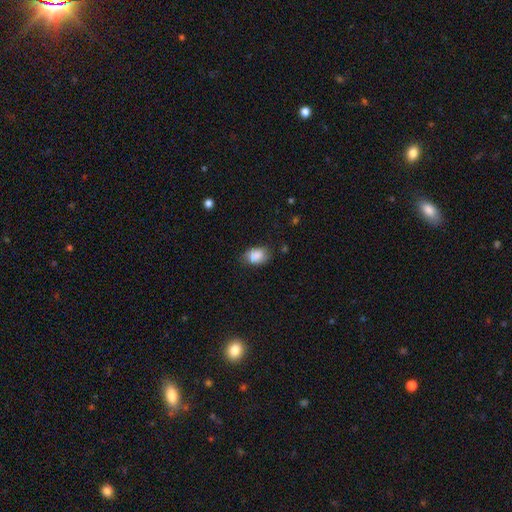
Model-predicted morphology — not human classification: Smooth or featured?
  - smooth: 80% *
  - featured or disk: 11%
  - star or artifact: 8%
How rounded?
  - in between: 82% *
  - round: 17%
  - cigar-shaped: 1%
Merging?
  - none: 64% *
  - minor disturbance: 26%
  - major disturbance: 7%
  - merger: 2%